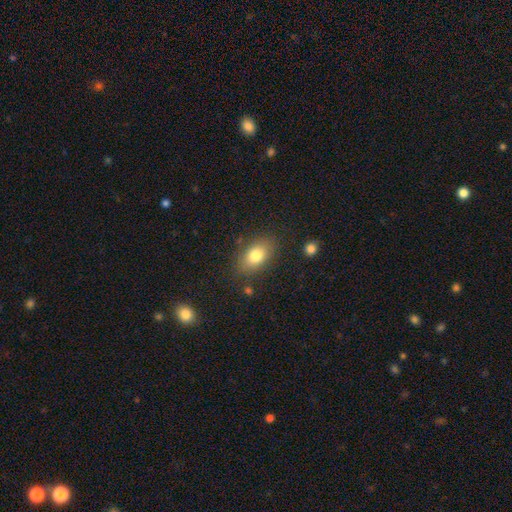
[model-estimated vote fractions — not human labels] Smooth or featured: smooth — 78% (featured or disk — 13%)
How rounded: in between — 85% (round — 13%)
Merging: none — 80% (minor disturbance — 14%)